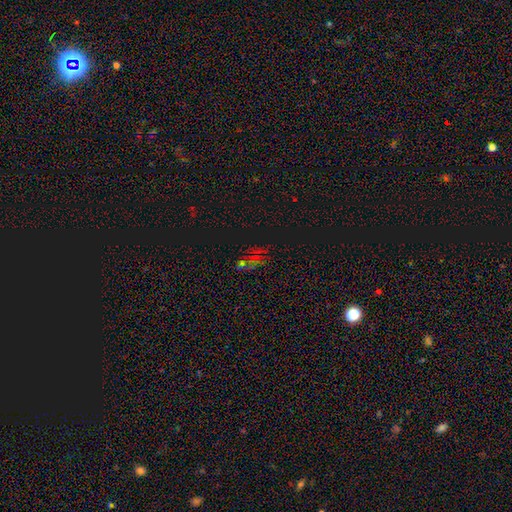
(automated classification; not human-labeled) Smooth or featured: star or artifact — 57% (smooth — 27%)